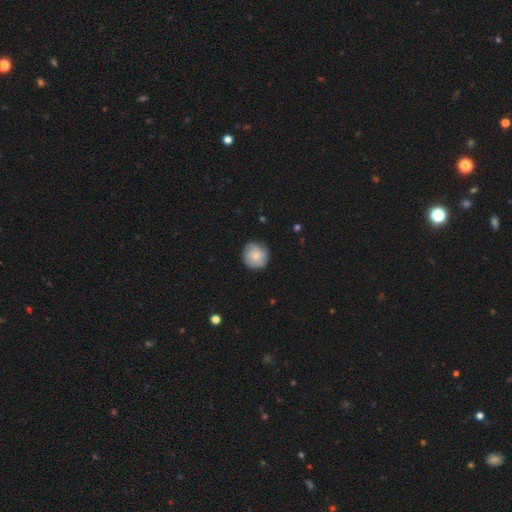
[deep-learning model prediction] A smooth galaxy with no disk features (64%) that is round (92%).

Vote fractions:
- Smooth or featured? smooth: 64% / featured or disk: 29% / star or artifact: 7%
- How rounded? round: 92% / in between: 7% / cigar-shaped: 1%
- Merging? none: 83% / minor disturbance: 13% / major disturbance: 3% / merger: 1%